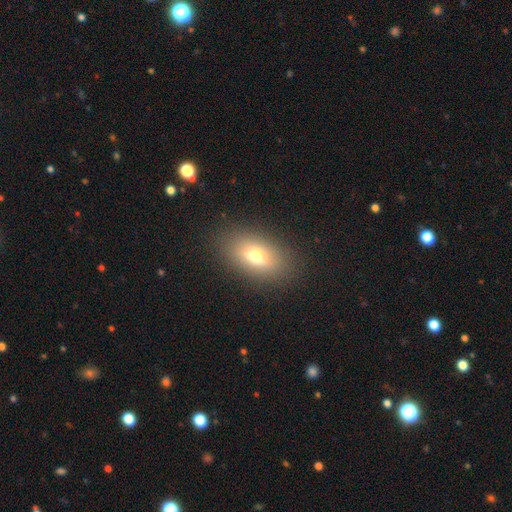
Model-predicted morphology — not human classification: This appears to be a smooth galaxy with no disk features (66%) that is in between round and cigar-shaped (84%). Merging: none (85%).